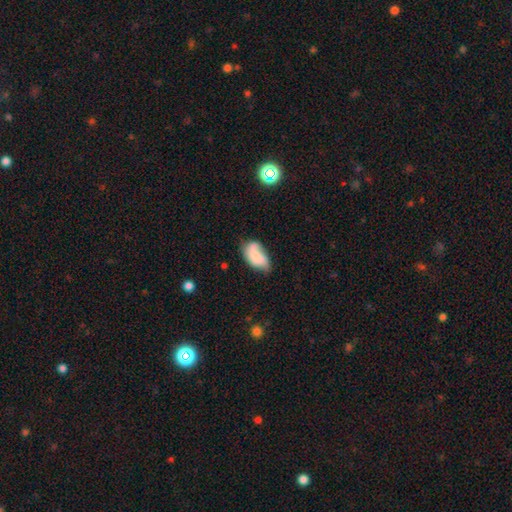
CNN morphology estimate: Smooth or featured? Predicted: smooth (p=0.67). How rounded? Predicted: in between (p=0.92). Merging? Predicted: none (p=0.39).